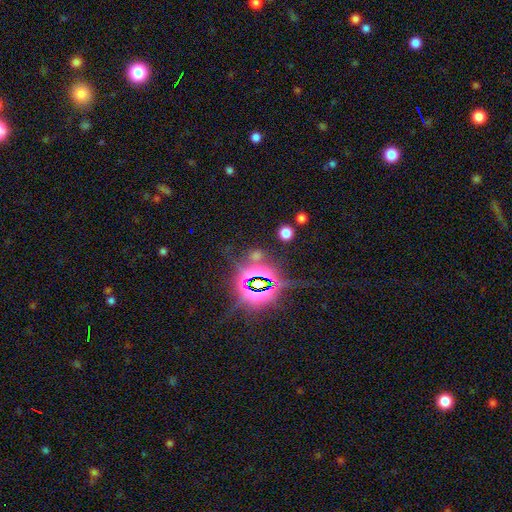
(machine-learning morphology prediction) Overall: star or artifact (72%).